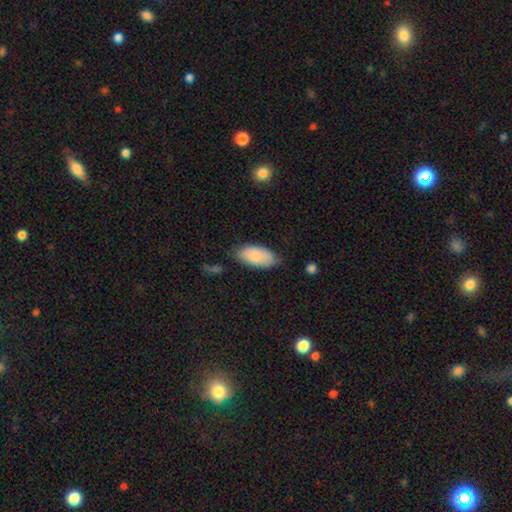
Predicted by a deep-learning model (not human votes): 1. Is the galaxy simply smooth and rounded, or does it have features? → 82% smooth, 12% featured or disk, 6% star or artifact.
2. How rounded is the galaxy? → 94% in between, 3% cigar-shaped, 2% round.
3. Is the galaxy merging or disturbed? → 70% none, 23% minor disturbance, 4% major disturbance, 2% merger.